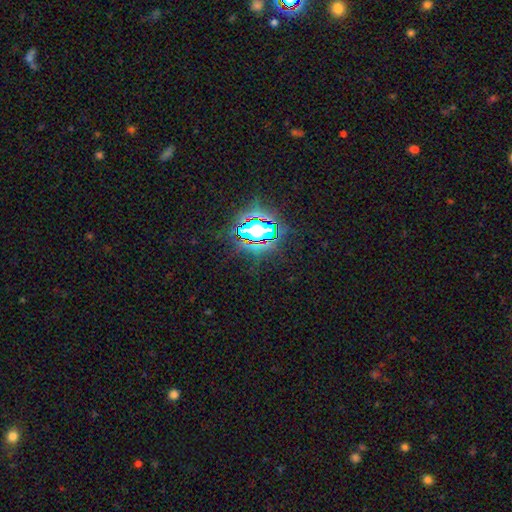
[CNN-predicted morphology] Smooth or featured: star or artifact — 74% (smooth — 15%)